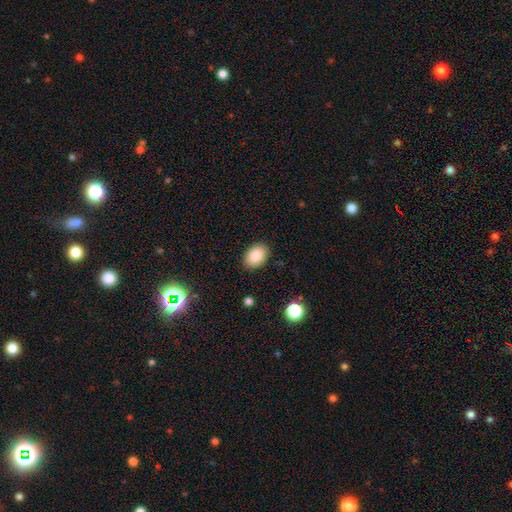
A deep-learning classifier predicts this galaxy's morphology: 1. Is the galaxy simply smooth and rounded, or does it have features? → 85% smooth, 8% star or artifact, 7% featured or disk.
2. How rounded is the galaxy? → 77% in between, 22% round, 1% cigar-shaped.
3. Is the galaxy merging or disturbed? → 88% none, 9% minor disturbance, 2% major disturbance, 1% merger.